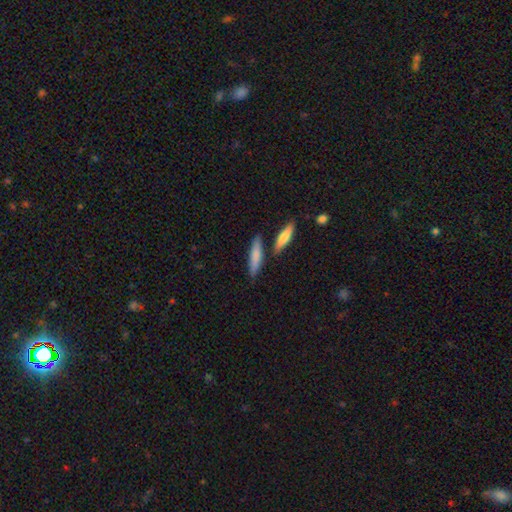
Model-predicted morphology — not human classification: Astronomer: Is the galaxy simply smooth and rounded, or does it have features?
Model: smooth — 75%.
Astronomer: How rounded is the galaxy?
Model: cigar-shaped — 73%.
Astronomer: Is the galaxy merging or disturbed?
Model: none — 72%.